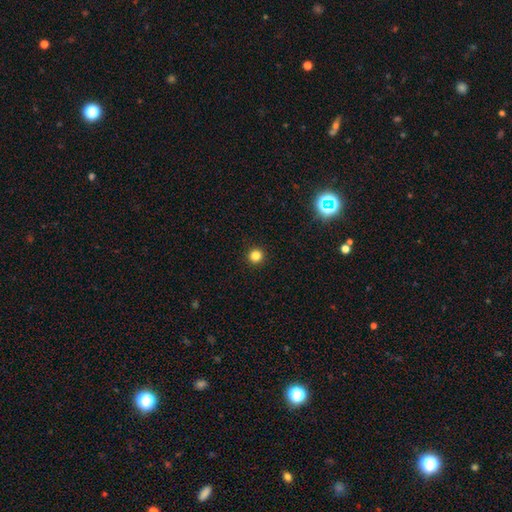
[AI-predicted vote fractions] Overall: smooth (82%). How rounded: round (96%). Merging: none (94%).